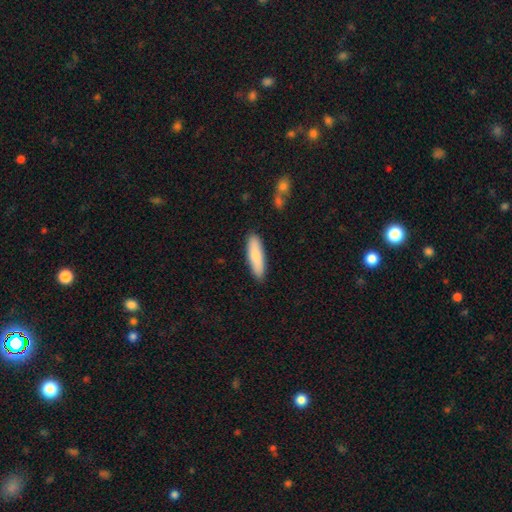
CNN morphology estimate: Smooth or featured? Predicted: smooth (p=0.80). How rounded? Predicted: cigar-shaped (p=0.59). Merging? Predicted: none (p=0.88).